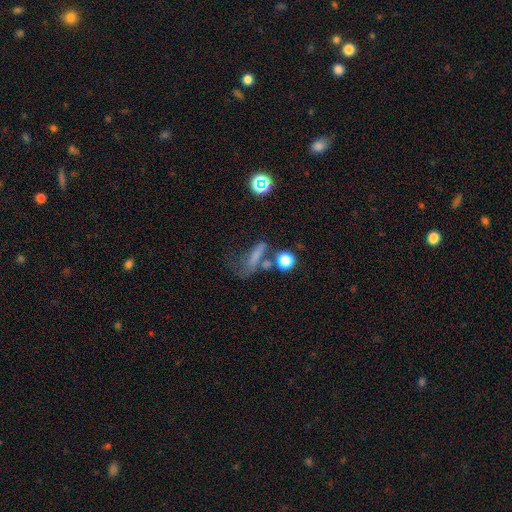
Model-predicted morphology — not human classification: Smooth or featured?
  - smooth: 58% *
  - featured or disk: 24%
  - star or artifact: 17%
How rounded?
  - cigar-shaped: 45% *
  - in between: 37%
  - round: 18%
Merging?
  - none: 35% *
  - major disturbance: 30%
  - minor disturbance: 19%
  - merger: 16%